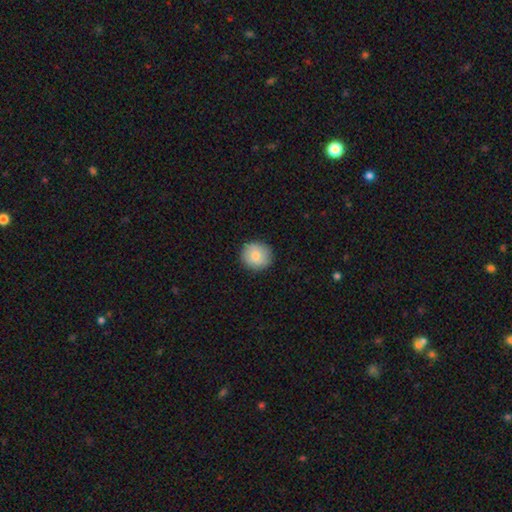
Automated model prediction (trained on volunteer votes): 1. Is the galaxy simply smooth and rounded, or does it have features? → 82% smooth, 11% featured or disk, 7% star or artifact.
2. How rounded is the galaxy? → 91% round, 8% in between, 1% cigar-shaped.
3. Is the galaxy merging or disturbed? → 89% none, 8% minor disturbance, 2% major disturbance, 1% merger.